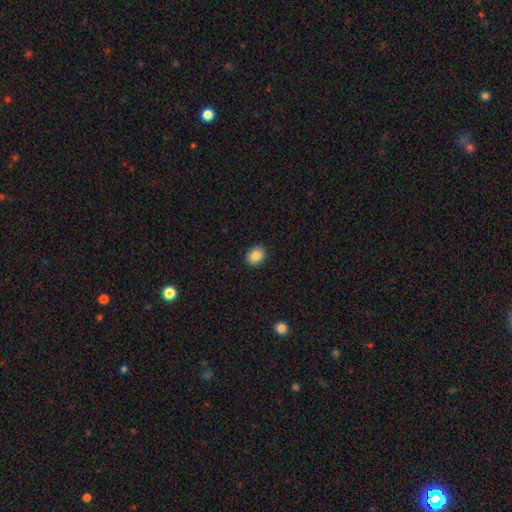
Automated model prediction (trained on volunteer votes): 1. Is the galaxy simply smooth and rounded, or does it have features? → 86% smooth, 9% star or artifact, 6% featured or disk.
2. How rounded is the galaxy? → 60% round, 39% in between, 1% cigar-shaped.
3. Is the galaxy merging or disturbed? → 91% none, 6% minor disturbance, 2% major disturbance, 1% merger.